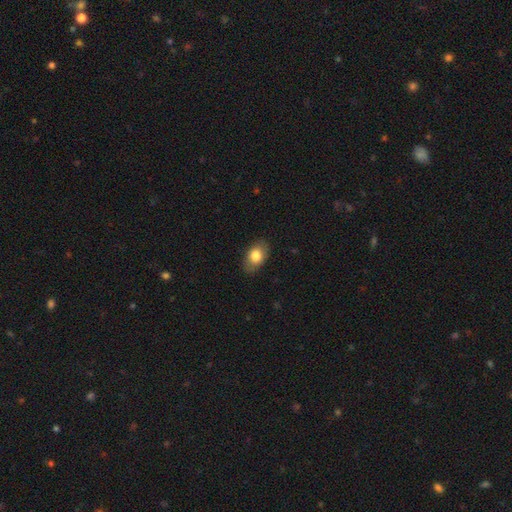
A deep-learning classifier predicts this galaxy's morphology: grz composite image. It shows a smooth galaxy with no disk features (79%) that is in between round and cigar-shaped (86%). Merging: none (82%).